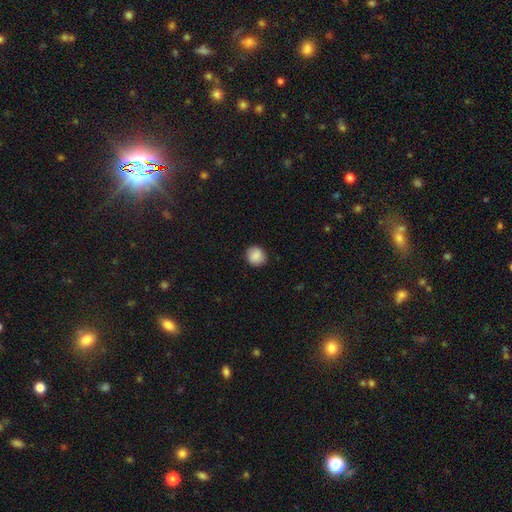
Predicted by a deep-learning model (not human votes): Q: Smooth or featured?
A: smooth (88%); runner-up: star or artifact (8%)
Q: How rounded?
A: round (89%); runner-up: in between (10%)
Q: Merging?
A: none (89%); runner-up: minor disturbance (8%)